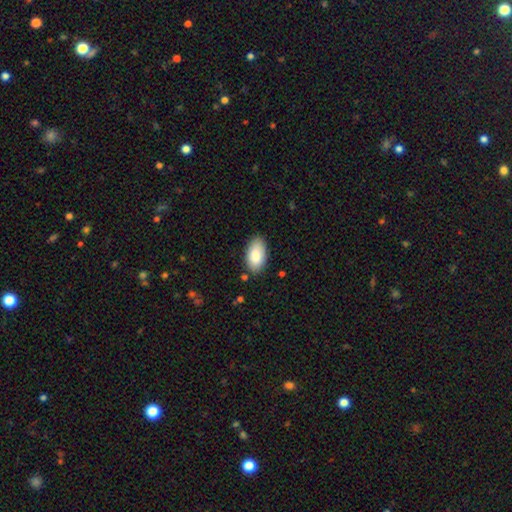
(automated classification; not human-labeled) smooth-or-featured: smooth: 86% | featured or disk: 8% | star or artifact: 6%
  how-rounded: in between: 95% | round: 3% | cigar-shaped: 2%
  merging: none: 84% | minor disturbance: 12% | major disturbance: 2% | merger: 2%